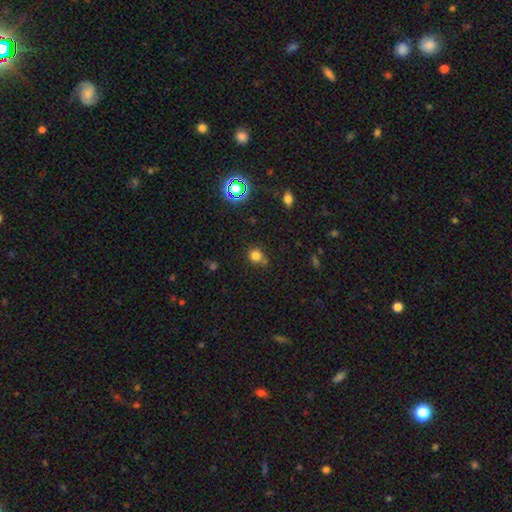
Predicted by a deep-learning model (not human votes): smooth-or-featured: smooth: 77% | star or artifact: 17% | featured or disk: 6%
  how-rounded: round: 86% | in between: 13% | cigar-shaped: 1%
  merging: none: 69% | minor disturbance: 15% | merger: 12% | major disturbance: 4%